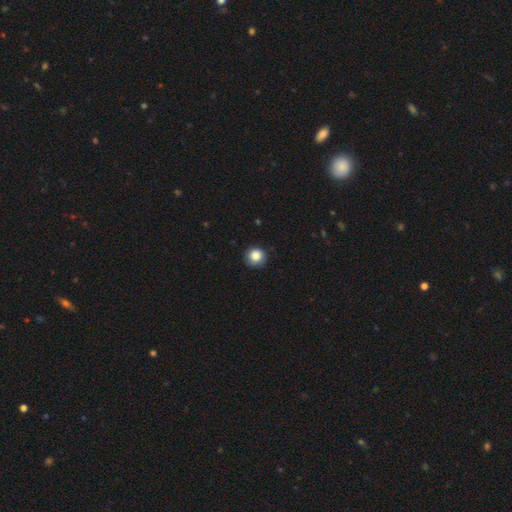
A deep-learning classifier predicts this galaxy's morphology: Q: Smooth or featured?
A: smooth (85%); runner-up: star or artifact (10%)
Q: How rounded?
A: round (93%); runner-up: in between (6%)
Q: Merging?
A: none (86%); runner-up: minor disturbance (11%)